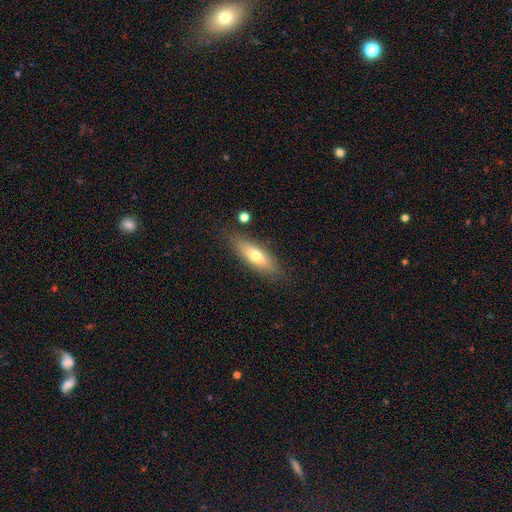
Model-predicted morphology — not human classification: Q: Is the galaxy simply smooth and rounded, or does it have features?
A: smooth — 69%.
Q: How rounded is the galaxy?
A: in between — 56%.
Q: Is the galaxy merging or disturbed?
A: none — 80%.